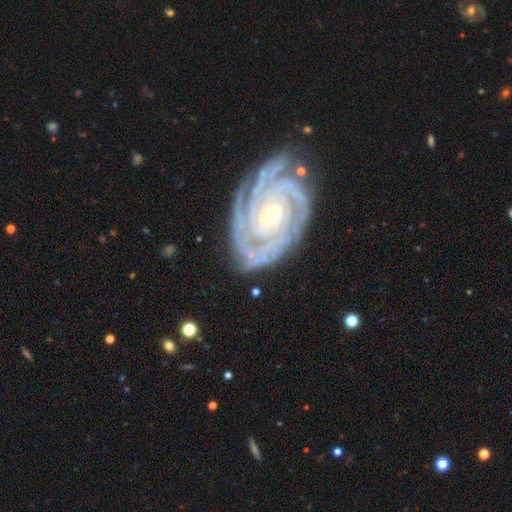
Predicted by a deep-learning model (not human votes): Q: Smooth or featured?
A: featured or disk (88%); runner-up: star or artifact (6%)
Q: Edge-on disk?
A: no (97%); runner-up: yes (3%)
Q: Bar?
A: no (56%); runner-up: weak (27%)
Q: Spiral arms?
A: yes (98%); runner-up: no (2%)
Q: Spiral winding?
A: tight (83%); runner-up: medium (15%)
Q: Spiral arm count?
A: 2 (24%); runner-up: 3 (21%)
Q: Bulge size?
A: small (74%); runner-up: moderate (22%)
Q: Merging?
A: none (73%); runner-up: minor disturbance (17%)